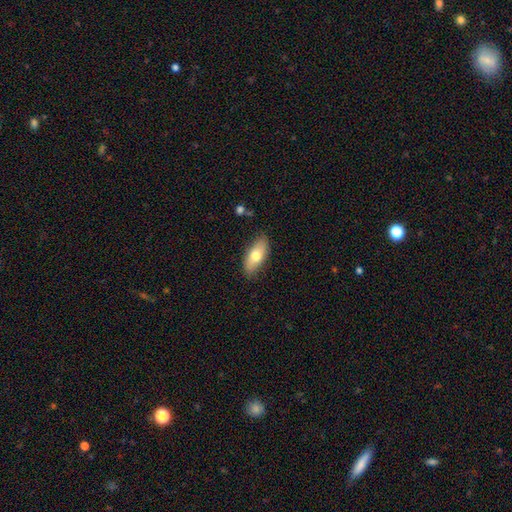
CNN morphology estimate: Overall: smooth (71%). How rounded: in between (85%). Merging: none (84%).